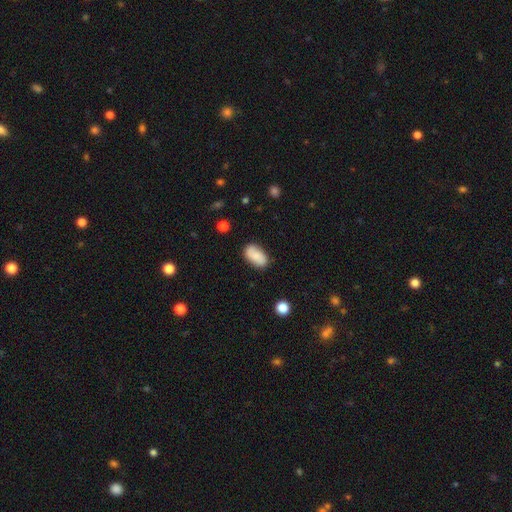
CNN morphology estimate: Smooth or featured? Predicted: smooth (p=0.81). How rounded? Predicted: in between (p=0.93). Merging? Predicted: none (p=0.79).